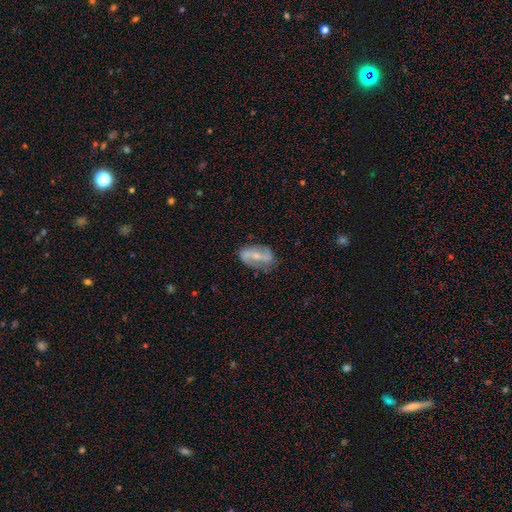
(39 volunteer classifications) A featured or disk galaxy (69%) with a strong bar (72%), 2 (96%) medium (46%) spiral arms (96%) and a small central bulge (68%).

Vote fractions:
- Smooth or featured? featured or disk: 69% / smooth: 23% / star or artifact: 8%
- Edge-on disk? no: 93% / yes: 7%
- Bar? strong: 72% / weak: 16% / no: 12%
- Spiral arms? yes: 96% / no: 4%
- Spiral winding? medium: 46% / loose: 33% / tight: 21%
- Spiral arm count? 2: 96% / can't tell: 4% / 1: 0% / 3: 0% / 4: 0% / more than 4: 0%
- Bulge size? small: 68% / moderate: 32% / dominant: 0% / large: 0% / none: 0%
- Merging? none: 72% / minor disturbance: 25% / merger: 3% / major disturbance: 0%